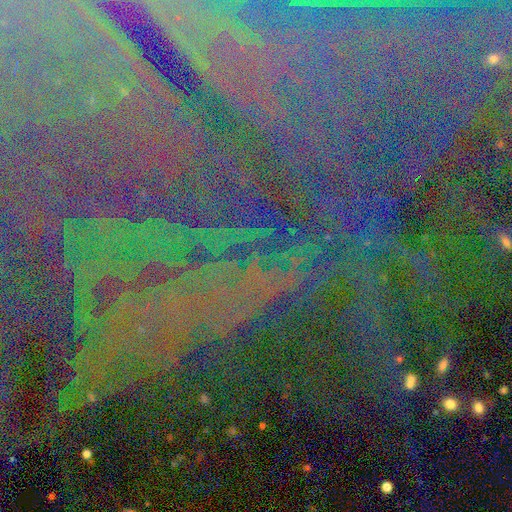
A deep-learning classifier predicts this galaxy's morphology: Q: Smooth or featured?
A: star or artifact (85%); runner-up: featured or disk (8%)